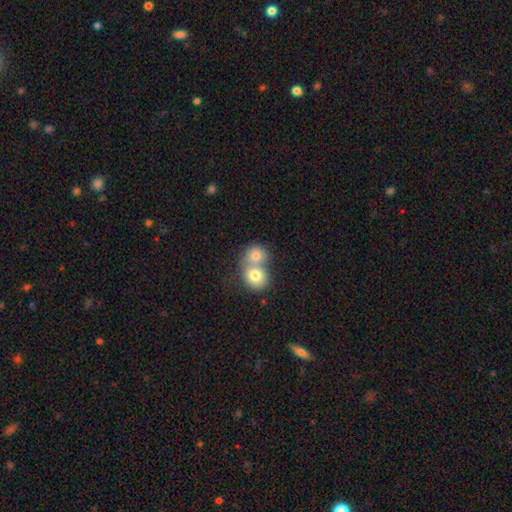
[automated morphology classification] Smooth or featured: smooth — 78% (featured or disk — 14%)
How rounded: round — 71% (in between — 28%)
Merging: merger — 68% (none — 24%)